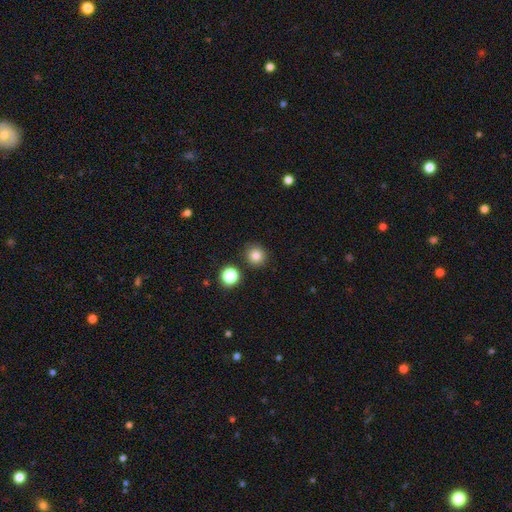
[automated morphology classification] smooth 83%, star or artifact 12%, featured or disk 5%. Down the decision tree: how rounded — round (92%); merging — none (87%).